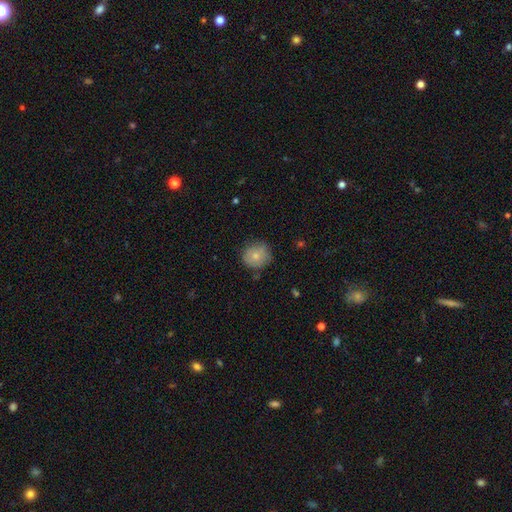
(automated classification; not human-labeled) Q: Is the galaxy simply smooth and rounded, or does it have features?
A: smooth — 75%.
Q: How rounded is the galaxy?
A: round — 87%.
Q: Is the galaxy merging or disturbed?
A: none — 75%.